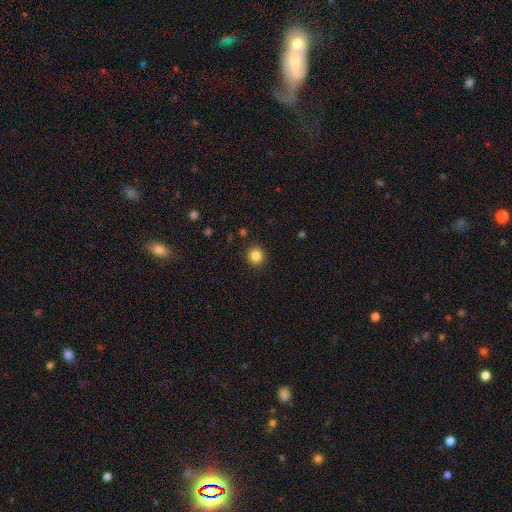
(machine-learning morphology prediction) type=smooth (85%); roundness=round (92%); merging=none (91%).